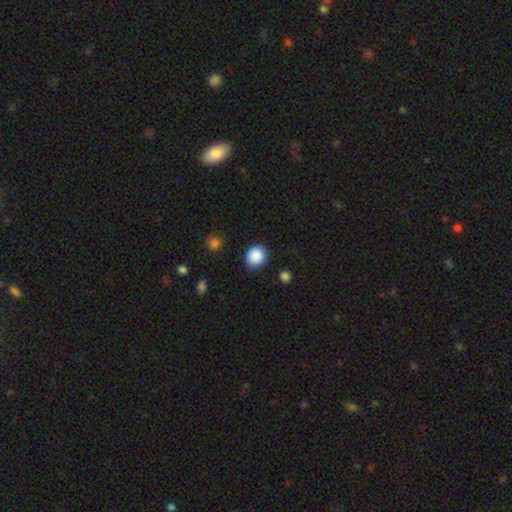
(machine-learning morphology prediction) This is clearly a smooth galaxy (88%). How rounded: likely round (76%). Merging: clearly none (87%).